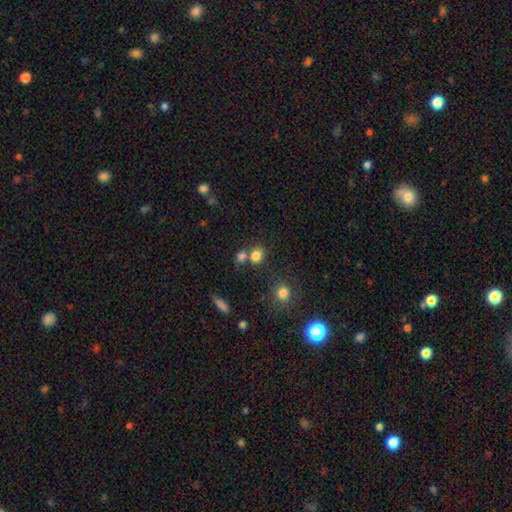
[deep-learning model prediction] A smooth galaxy with no disk features (80%) that is round (69%).

Vote fractions:
- Smooth or featured? smooth: 80% / star or artifact: 13% / featured or disk: 7%
- How rounded? round: 69% / in between: 30% / cigar-shaped: 1%
- Merging? none: 53% / merger: 34% / minor disturbance: 9% / major disturbance: 4%